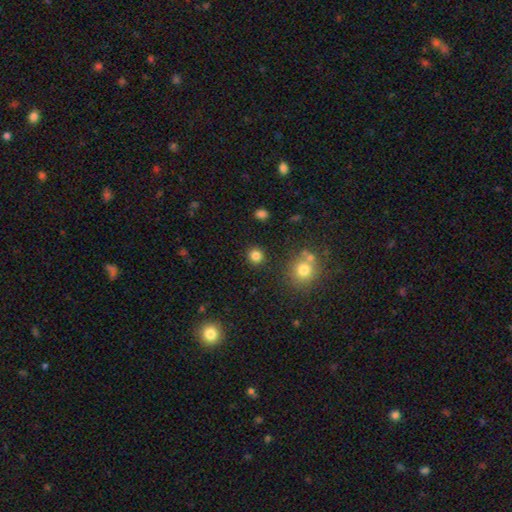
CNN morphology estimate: Overall: smooth (83%). How rounded: round (90%). Merging: none (88%).